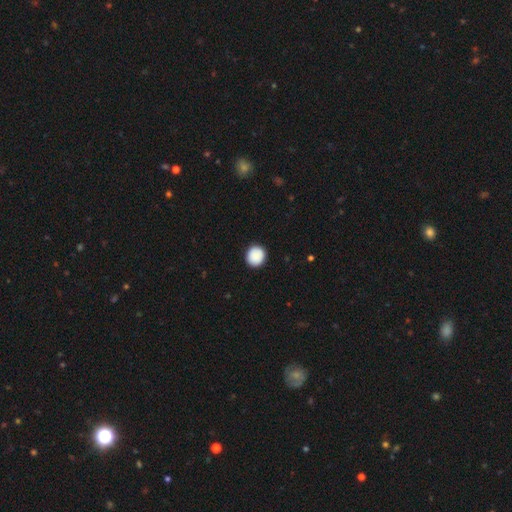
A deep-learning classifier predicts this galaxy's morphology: type=smooth (90%); roundness=round (90%); merging=none (92%).